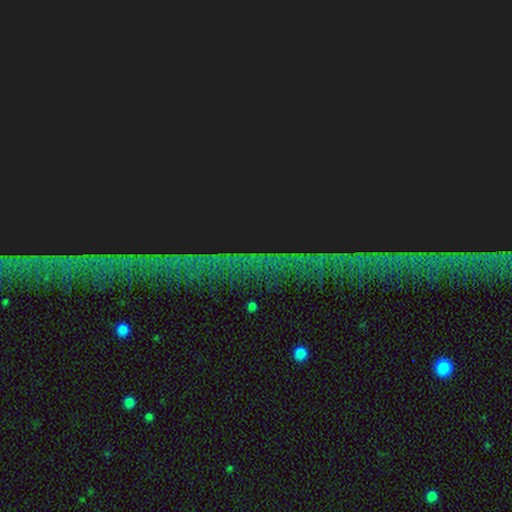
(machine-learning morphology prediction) Smooth or featured: star or artifact — 84% (featured or disk — 9%)